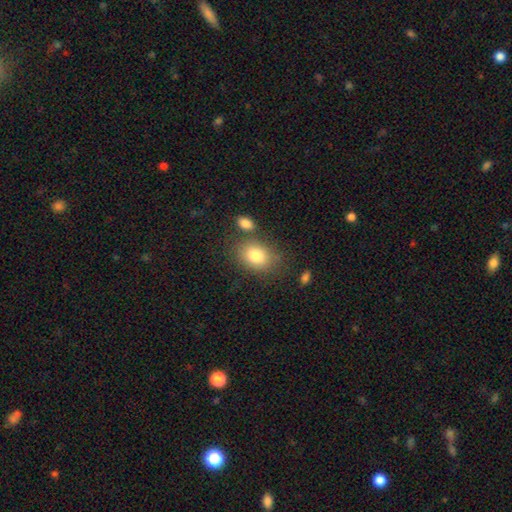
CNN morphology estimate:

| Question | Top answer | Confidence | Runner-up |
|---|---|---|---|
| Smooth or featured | smooth | 82% | featured or disk (9%) |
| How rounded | in between | 71% | round (28%) |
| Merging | none | 67% | minor disturbance (15%) |